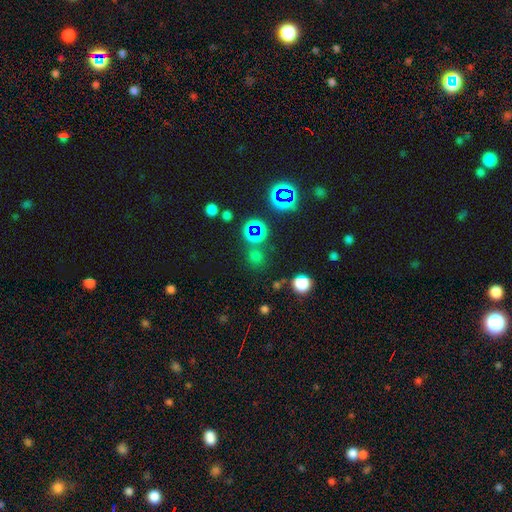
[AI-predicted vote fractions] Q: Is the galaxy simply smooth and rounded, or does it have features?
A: star or artifact — 51%.